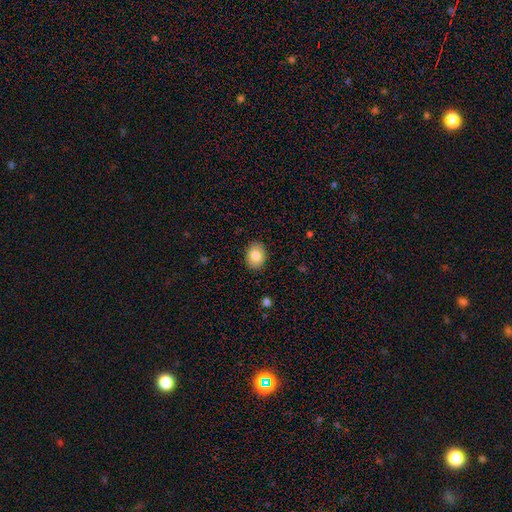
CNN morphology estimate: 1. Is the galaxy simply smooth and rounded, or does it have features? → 83% smooth, 10% featured or disk, 8% star or artifact.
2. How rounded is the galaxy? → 61% in between, 38% round, 1% cigar-shaped.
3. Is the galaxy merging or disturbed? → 89% none, 8% minor disturbance, 2% major disturbance, 1% merger.